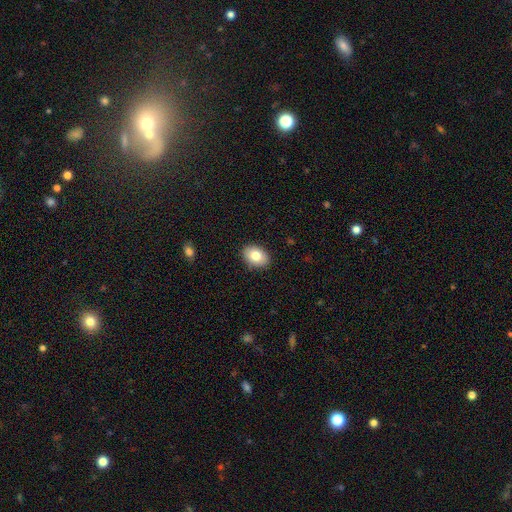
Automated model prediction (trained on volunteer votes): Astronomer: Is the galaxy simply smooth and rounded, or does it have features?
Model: smooth — 81%.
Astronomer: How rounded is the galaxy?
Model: in between — 79%.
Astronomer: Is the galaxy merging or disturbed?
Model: none — 89%.